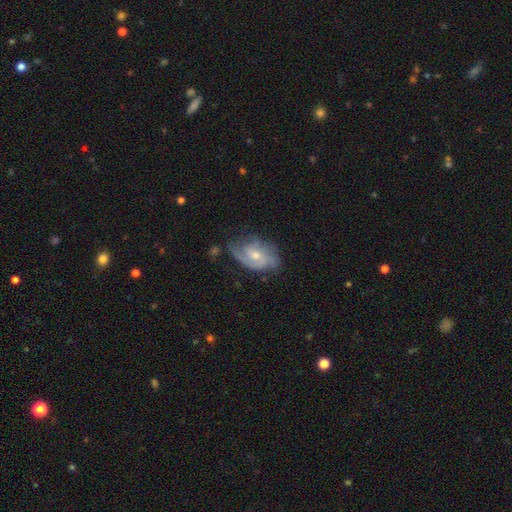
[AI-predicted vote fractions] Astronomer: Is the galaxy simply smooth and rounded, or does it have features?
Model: featured or disk — 80%.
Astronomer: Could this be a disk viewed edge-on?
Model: no — 97%.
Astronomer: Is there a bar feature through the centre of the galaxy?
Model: no — 64%.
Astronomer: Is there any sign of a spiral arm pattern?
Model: yes — 93%.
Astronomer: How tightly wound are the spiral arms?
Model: medium — 43% (runner-up: tight, 39%).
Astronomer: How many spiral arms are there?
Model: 2 — 38% (runner-up: 3, 26%).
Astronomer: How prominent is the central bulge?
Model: moderate — 49% (runner-up: small, 46%).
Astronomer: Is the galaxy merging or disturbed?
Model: none — 57%.